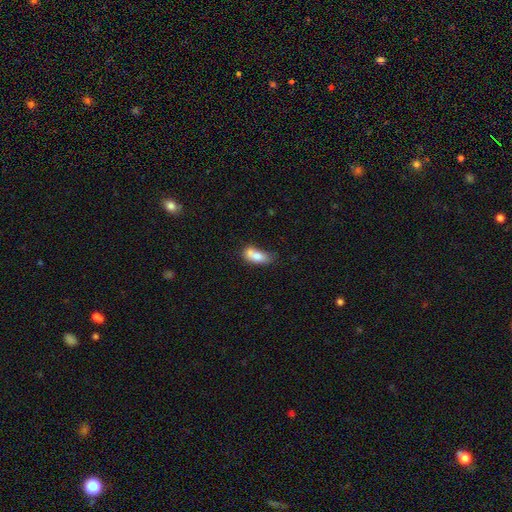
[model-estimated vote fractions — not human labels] Smooth or featured: smooth — 74% (featured or disk — 17%)
How rounded: in between — 82% (cigar-shaped — 13%)
Merging: merger — 33% (none — 32%)